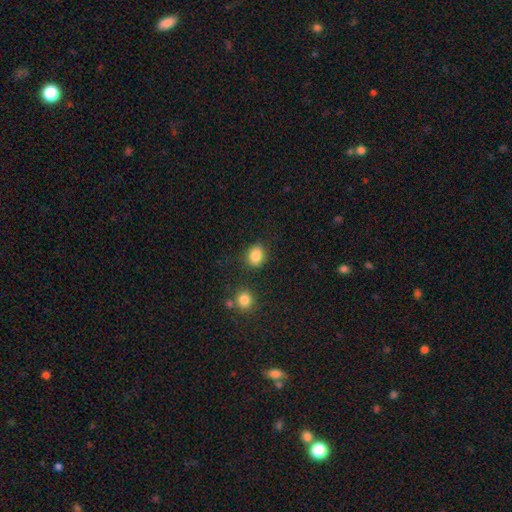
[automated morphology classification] The model was most divided on "how rounded": round: 53%, in between: 46%, cigar-shaped: 1%. More confident: smooth or featured — smooth (85%); merging — none (80%).